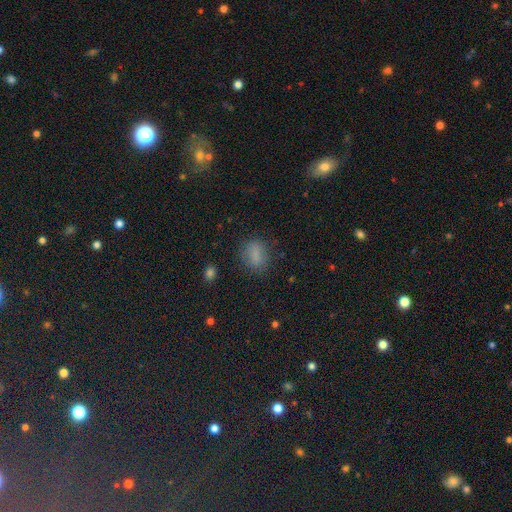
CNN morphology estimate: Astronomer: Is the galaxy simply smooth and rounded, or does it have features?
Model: smooth — 81%.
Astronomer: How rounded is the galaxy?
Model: in between — 64%.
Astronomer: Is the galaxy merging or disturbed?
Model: none — 79%.